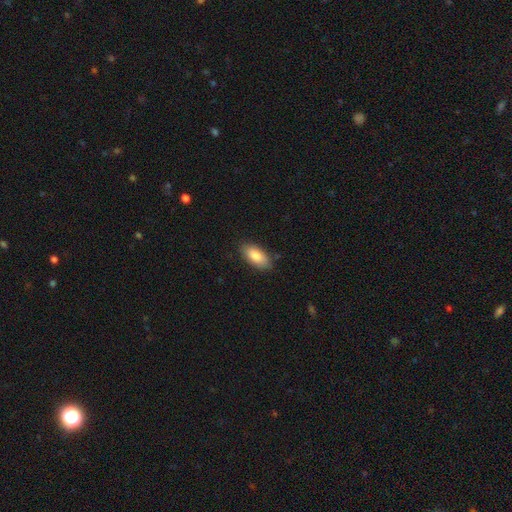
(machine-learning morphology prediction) Smooth or featured? smooth (85%)
How rounded? in between (91%)
Merging? none (83%)